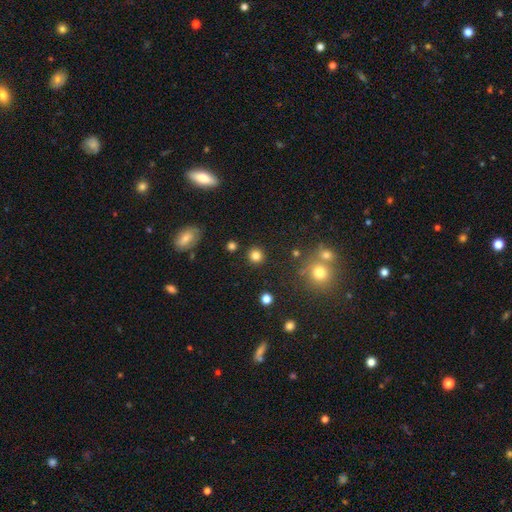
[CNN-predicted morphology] Smooth or featured: smooth — 81% (star or artifact — 14%)
How rounded: round — 92% (in between — 7%)
Merging: none — 89% (minor disturbance — 6%)